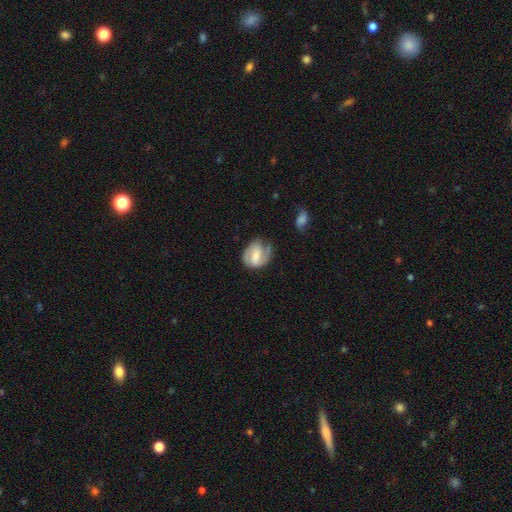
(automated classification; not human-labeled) This is likely a featured or disk galaxy (63%). It is clearly not viewed edge-on (97%). Bar: possibly weak (46%). Spiral arm pattern: clearly yes (84%). Spiral arm count: likely 2 (68%). Spiral winding: marginally medium (43%). Central bulge: marginally moderate (44%). Merging: possibly none (54%).